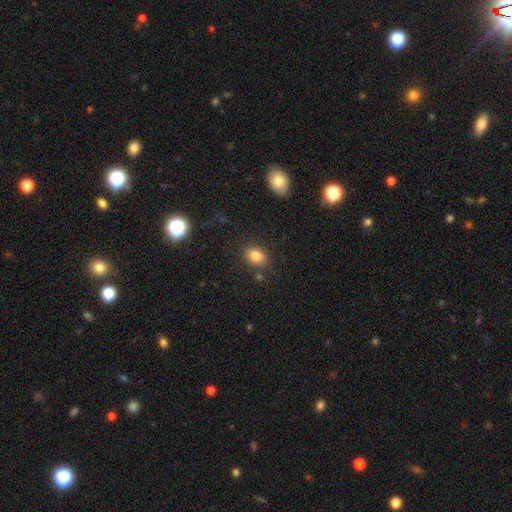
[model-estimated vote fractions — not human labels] Morphology: type=smooth (83%); roundness=in between (75%); merging=none (80%).